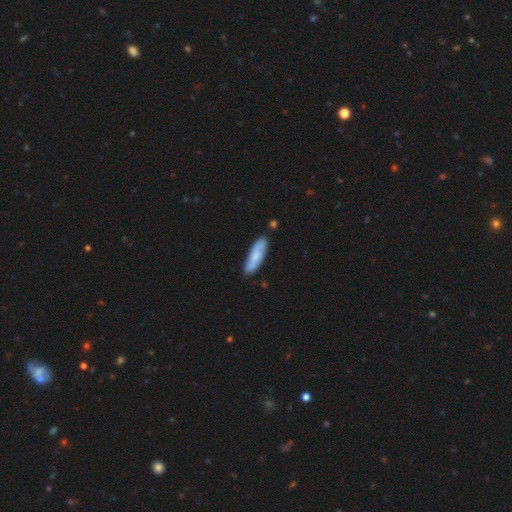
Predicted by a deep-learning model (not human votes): Smooth or featured: smooth — 66% (featured or disk — 29%)
How rounded: cigar-shaped — 54% (in between — 44%)
Merging: none — 81% (minor disturbance — 13%)